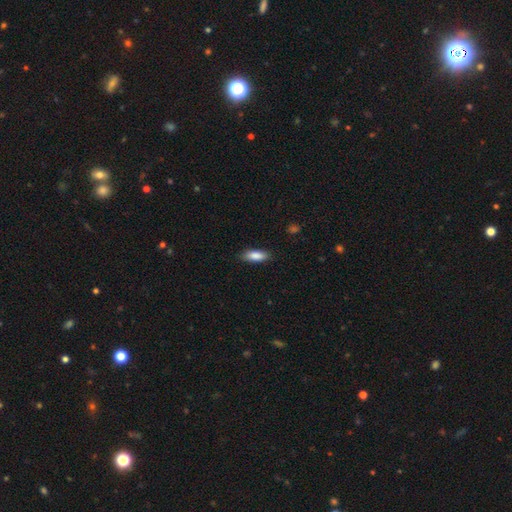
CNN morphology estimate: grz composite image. It shows a smooth galaxy with no disk features (87%) that is in between round and cigar-shaped (71%). Merging: none (86%).